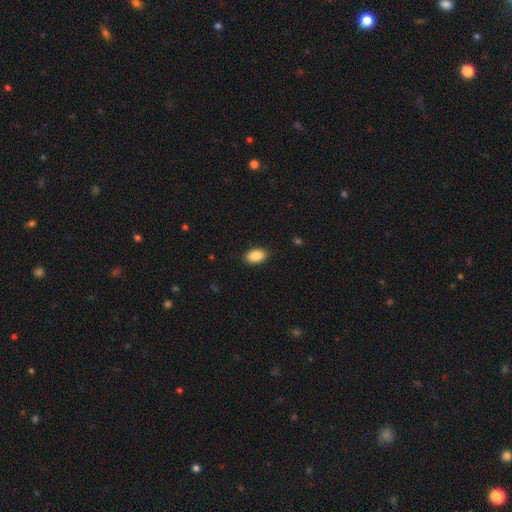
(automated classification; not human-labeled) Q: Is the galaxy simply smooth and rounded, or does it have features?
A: smooth — 88%.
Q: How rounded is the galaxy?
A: in between — 92%.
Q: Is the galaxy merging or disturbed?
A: none — 89%.